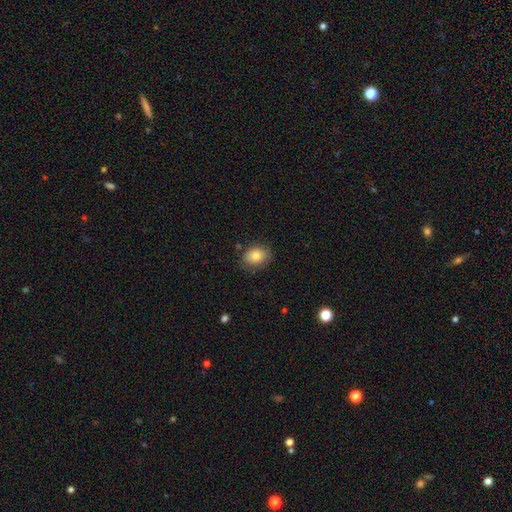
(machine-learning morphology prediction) Smooth or featured? Predicted: smooth (p=0.82). How rounded? Predicted: in between (p=0.61). Merging? Predicted: none (p=0.79).